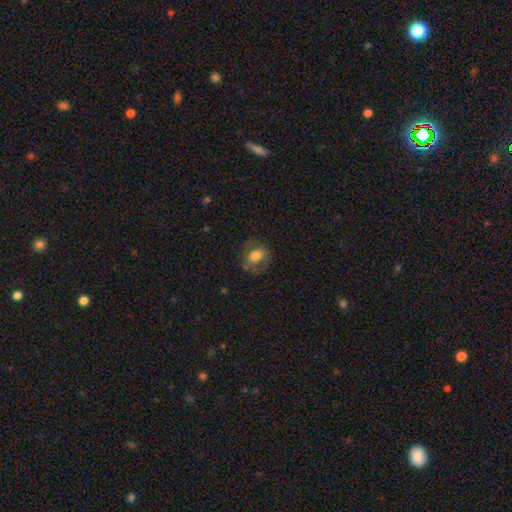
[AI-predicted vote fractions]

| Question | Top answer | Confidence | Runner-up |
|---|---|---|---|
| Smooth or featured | smooth | 61% | featured or disk (31%) |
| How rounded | in between | 54% | round (45%) |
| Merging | none | 67% | minor disturbance (20%) |